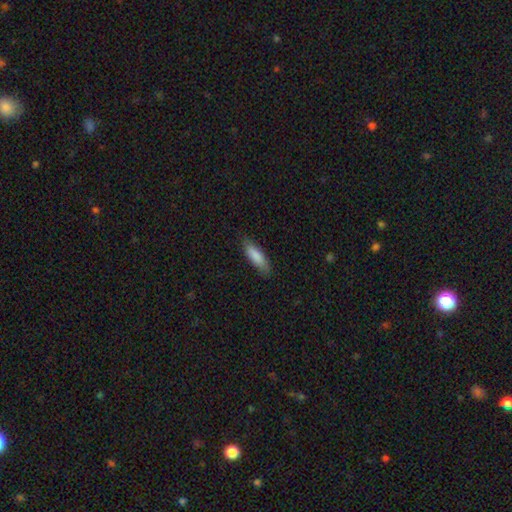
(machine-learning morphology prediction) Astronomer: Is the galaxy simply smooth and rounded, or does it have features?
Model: smooth — 86%.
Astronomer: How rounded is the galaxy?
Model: in between — 51% (runner-up: cigar-shaped, 47%).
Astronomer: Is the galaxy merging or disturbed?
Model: none — 80%.